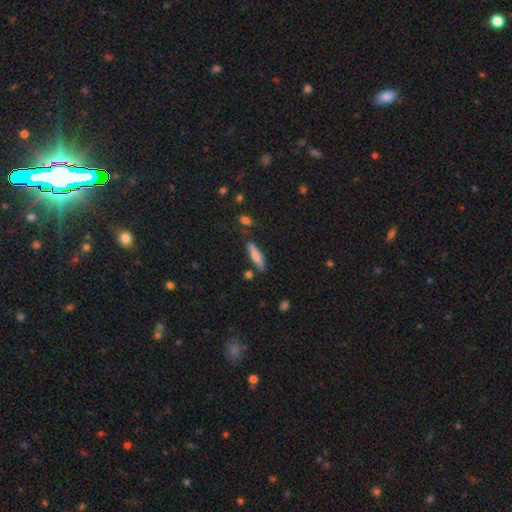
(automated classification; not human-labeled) smooth-or-featured: smooth: 67% | featured or disk: 26% | star or artifact: 7%
  how-rounded: cigar-shaped: 77% | in between: 21% | round: 2%
  merging: none: 75% | minor disturbance: 16% | merger: 6% | major disturbance: 4%